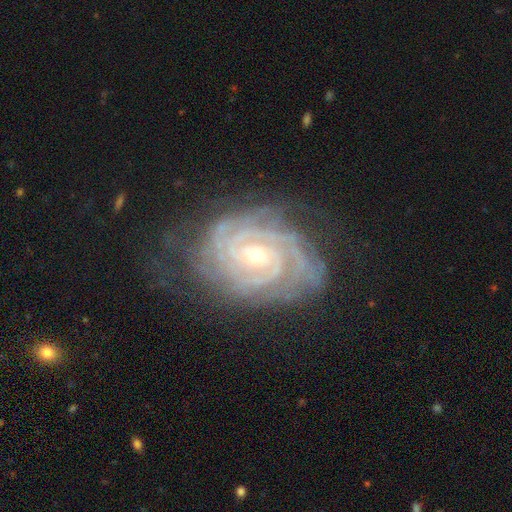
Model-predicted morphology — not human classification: Smooth or featured?
  - featured or disk: 91% *
  - star or artifact: 5%
  - smooth: 3%
Edge-on disk?
  - no: 97% *
  - yes: 3%
Bar?
  - no: 52% *
  - weak: 34%
  - strong: 14%
Spiral arms?
  - yes: 99% *
  - no: 1%
Spiral winding?
  - tight: 84% *
  - medium: 14%
  - loose: 2%
Spiral arm count?
  - 2: 23% *
  - 3: 20%
  - can't tell: 20%
  - 4: 20%
  - more than 4: 10%
  - 1: 7%
Bulge size?
  - small: 65% *
  - moderate: 32%
  - large: 1%
  - none: 1%
  - dominant: 1%
Merging?
  - none: 73% *
  - minor disturbance: 19%
  - major disturbance: 7%
  - merger: 1%